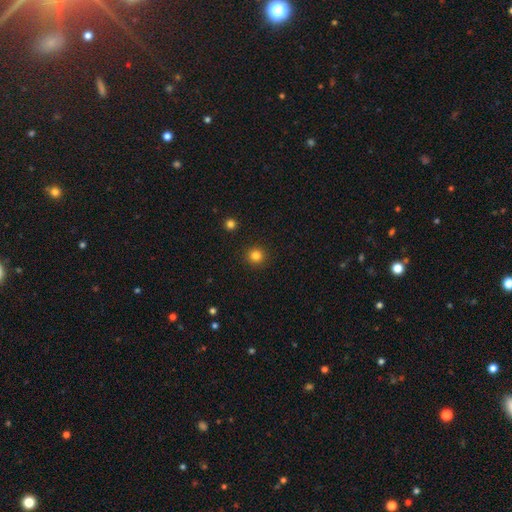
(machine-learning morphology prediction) Smooth or featured? Predicted: smooth (p=0.82). How rounded? Predicted: round (p=0.95). Merging? Predicted: none (p=0.92).